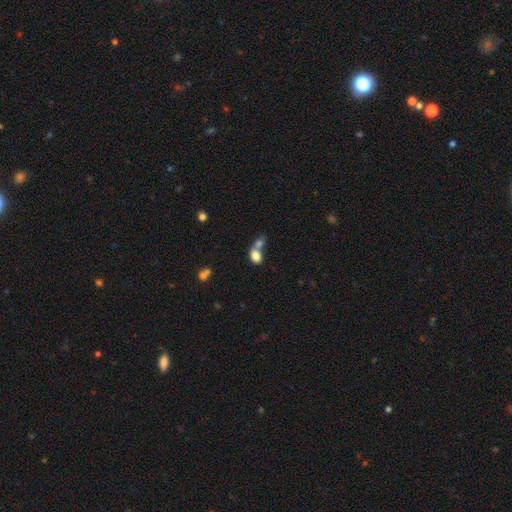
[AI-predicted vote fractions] Smooth or featured? smooth (79%)
How rounded? in between (74%)
Merging? merger (62%)